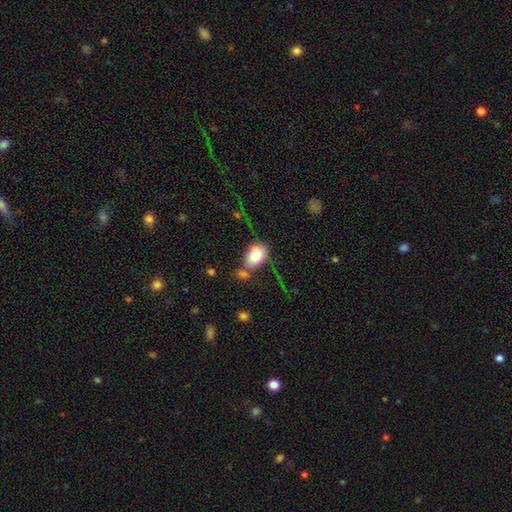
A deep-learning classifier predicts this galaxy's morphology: smooth-or-featured: smooth: 83% | featured or disk: 10% | star or artifact: 8%
  how-rounded: in between: 84% | round: 15% | cigar-shaped: 1%
  merging: none: 47% | merger: 24% | minor disturbance: 19% | major disturbance: 10%